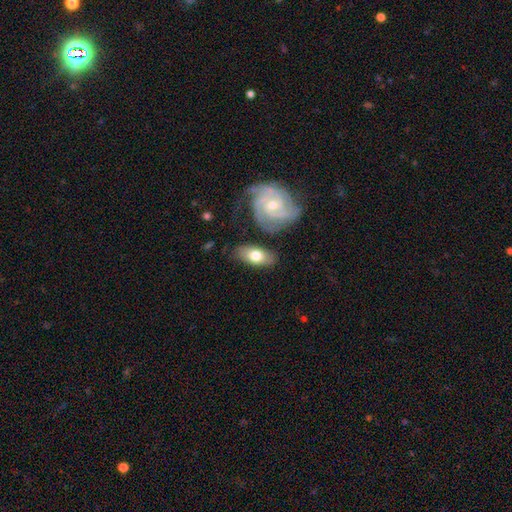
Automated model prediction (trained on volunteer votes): Smooth or featured? Predicted: smooth (p=0.60). How rounded? Predicted: in between (p=0.87). Merging? Predicted: none (p=0.74).